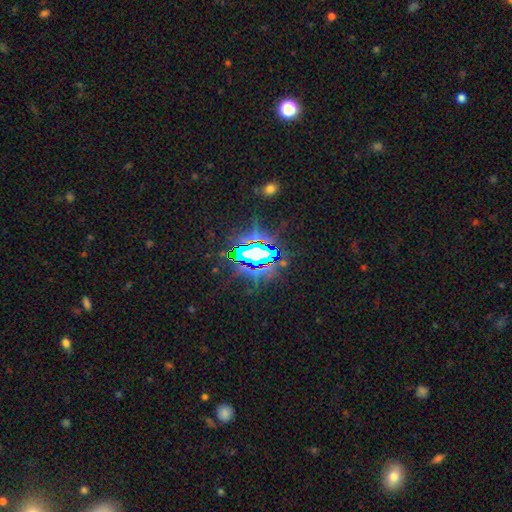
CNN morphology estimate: star or artifact 79%, smooth 11%, featured or disk 11%.